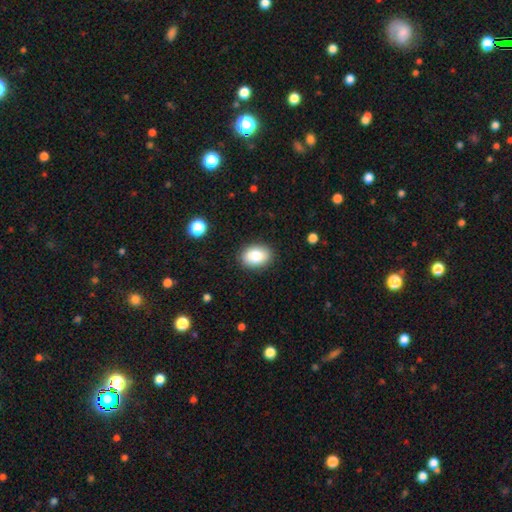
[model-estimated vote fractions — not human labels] Smooth or featured? smooth (84%)
How rounded? in between (79%)
Merging? none (88%)